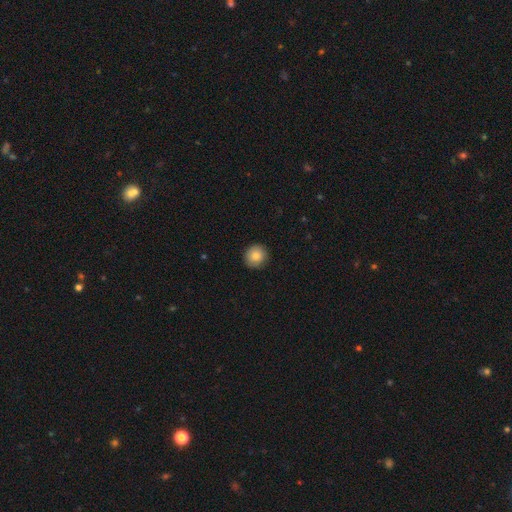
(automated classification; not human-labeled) This appears to be a smooth galaxy with no disk features (84%) that is round (93%). Merging: none (90%).